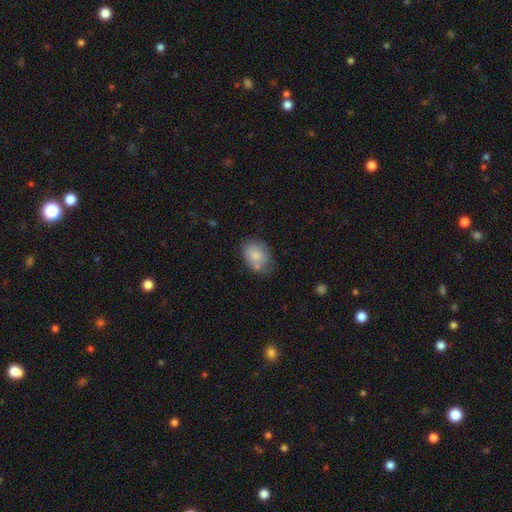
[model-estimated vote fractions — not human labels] The model was most divided on "merging": none: 58%, minor disturbance: 26%, merger: 10%, major disturbance: 7%. More confident: smooth or featured — smooth (80%); how rounded — in between (72%).